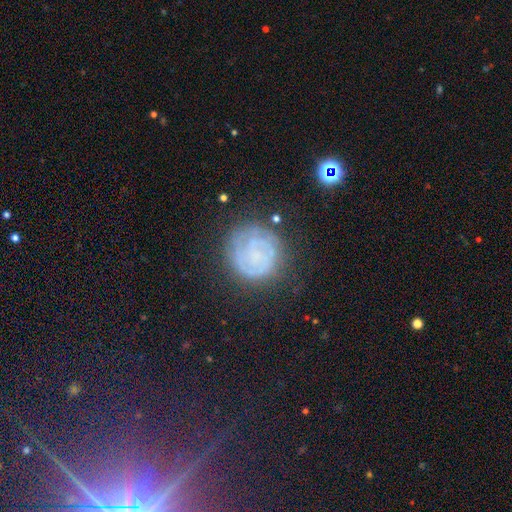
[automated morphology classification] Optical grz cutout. It shows a featured or disk galaxy (68%) with no bar (75%), tight (72%) spiral arms (85%) and no central bulge (49%). Merging: none (74%).